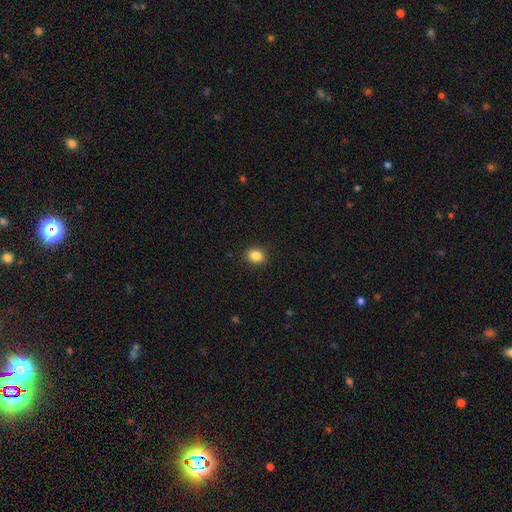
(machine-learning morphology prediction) The model was most divided on "how rounded": round: 62%, in between: 37%, cigar-shaped: 1%. More confident: merging — none (90%); smooth or featured — smooth (86%).